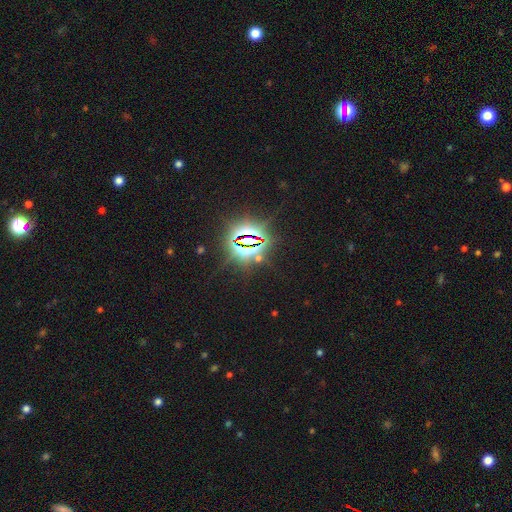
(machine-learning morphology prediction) Smooth or featured? Predicted: star or artifact (p=0.84).